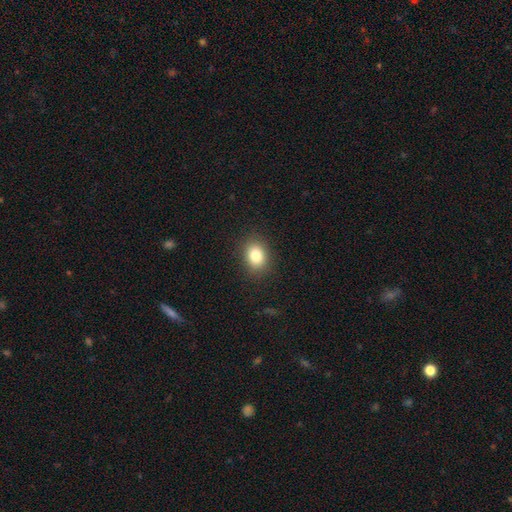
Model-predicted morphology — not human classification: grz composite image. It shows a smooth galaxy with no disk features (83%) that is in between round and cigar-shaped (59%). Merging: none (88%).